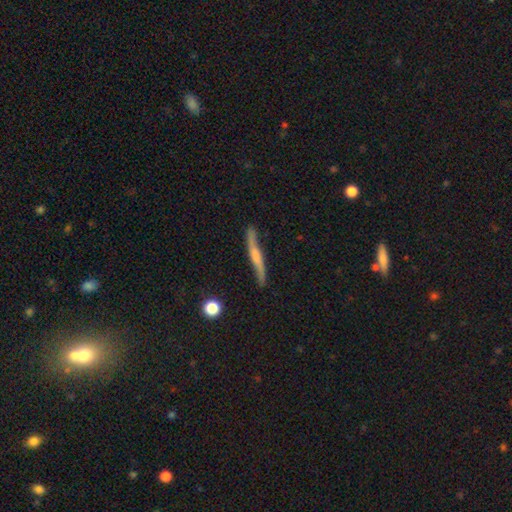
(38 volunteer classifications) Volunteers were most divided on "edge-on bulge": rounded: 59%, boxy: 37%, none: 4%. More confident: edge-on disk — yes (87%); merging — none (83%); smooth or featured — featured or disk (82%).